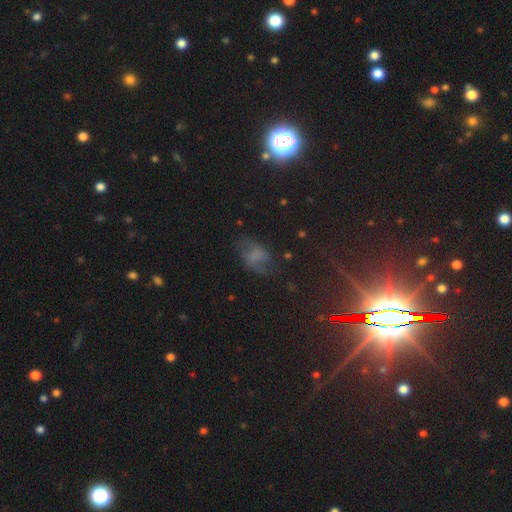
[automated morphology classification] smooth 44%, featured or disk 33%, star or artifact 24%. Down the decision tree: merging — none (49%).